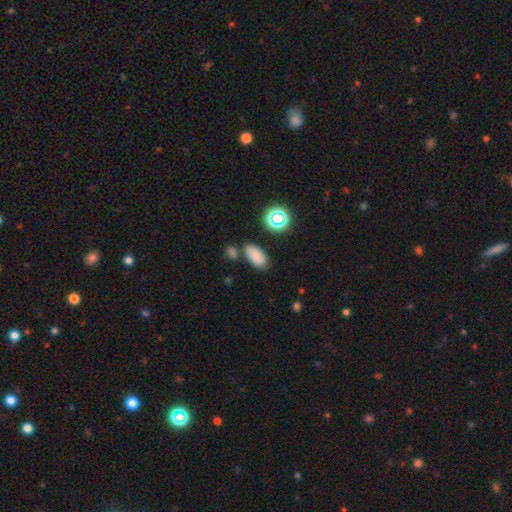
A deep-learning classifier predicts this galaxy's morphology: smooth 78%, star or artifact 15%, featured or disk 6%. Down the decision tree: how rounded — in between (92%); merging — none (72%).